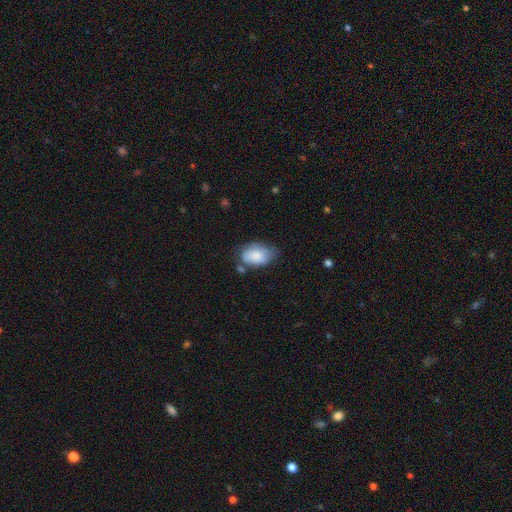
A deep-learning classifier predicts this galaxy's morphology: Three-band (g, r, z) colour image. It shows a smooth galaxy with no disk features (79%) that is in between round and cigar-shaped (89%). Merging: none (49%).